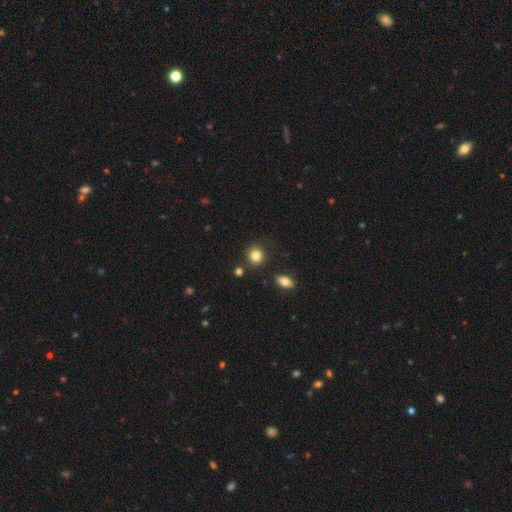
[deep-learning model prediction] Smooth or featured? smooth (83%)
How rounded? round (84%)
Merging? none (82%)